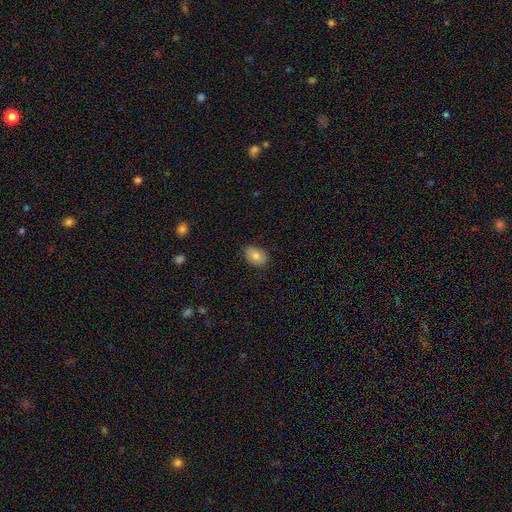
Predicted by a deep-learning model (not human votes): This appears to be a smooth galaxy with no disk features (81%) that is in between round and cigar-shaped (84%). Merging: none (85%).